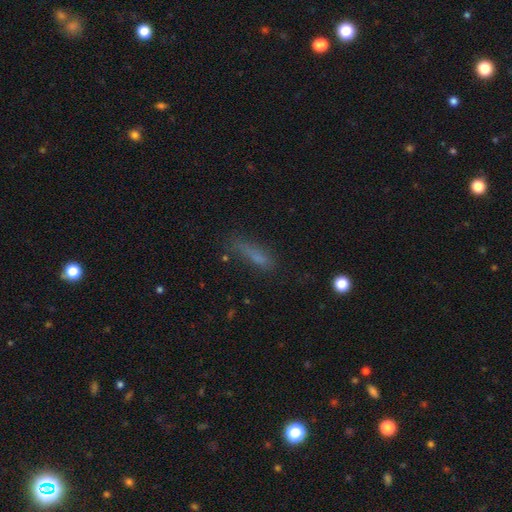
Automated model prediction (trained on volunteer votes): smooth_or_featured: smooth (p=0.69) [alt: featured or disk p=0.16]
how_rounded: cigar-shaped (p=0.70) [alt: in between p=0.27]
merging: none (p=0.59) [alt: minor disturbance p=0.24]